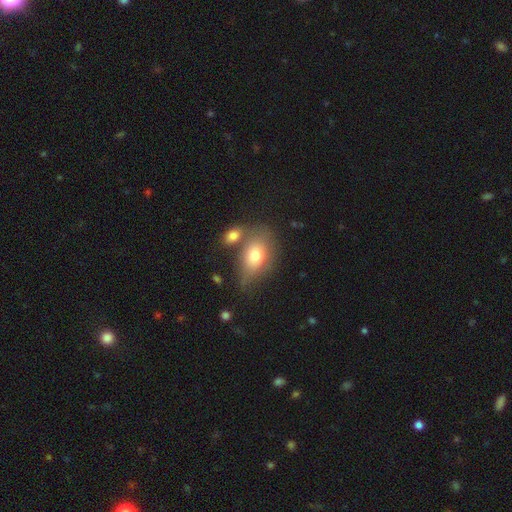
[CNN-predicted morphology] type=smooth (73%); roundness=in between (79%); merging=none (46%).